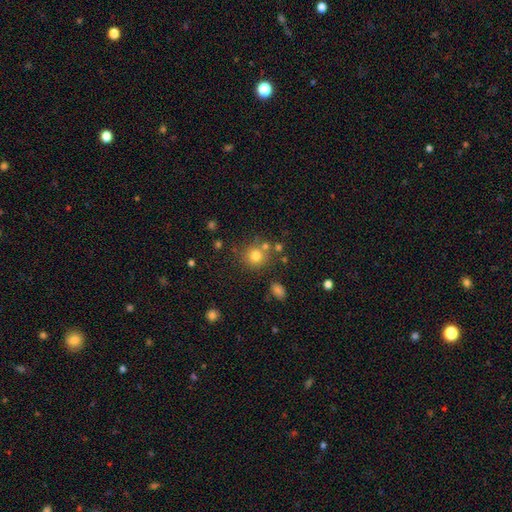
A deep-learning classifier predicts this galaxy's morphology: smooth-or-featured: smooth: 77% | star or artifact: 14% | featured or disk: 9%
  how-rounded: round: 88% | in between: 11% | cigar-shaped: 1%
  merging: none: 71% | merger: 14% | minor disturbance: 11% | major disturbance: 4%